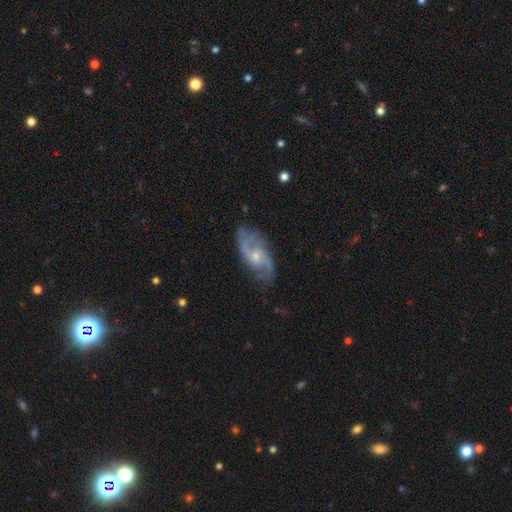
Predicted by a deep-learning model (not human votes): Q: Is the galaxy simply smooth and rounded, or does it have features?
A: featured or disk — 83%.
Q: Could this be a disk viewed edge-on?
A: no — 95%.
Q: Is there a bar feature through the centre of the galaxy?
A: no — 54%.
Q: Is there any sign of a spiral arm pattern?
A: yes — 95%.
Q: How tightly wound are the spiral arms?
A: medium — 47%.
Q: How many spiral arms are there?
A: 2 — 75%.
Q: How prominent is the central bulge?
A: small — 55%.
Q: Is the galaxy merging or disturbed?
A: none — 72%.